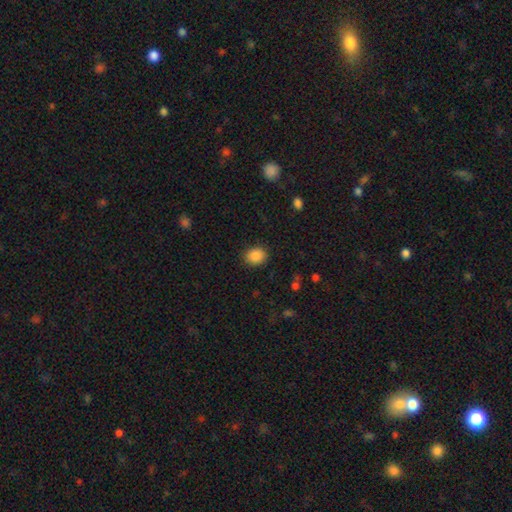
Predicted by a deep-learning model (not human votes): smooth 87%, star or artifact 9%, featured or disk 4%. Down the decision tree: how rounded — round (55%); merging — none (87%).